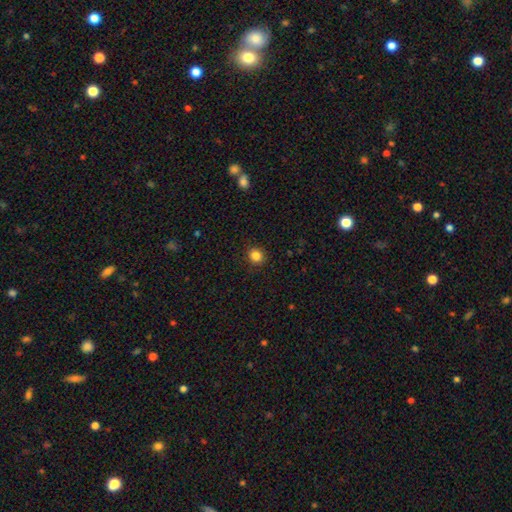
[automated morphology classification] Smooth or featured? Predicted: smooth (p=0.84). How rounded? Predicted: round (p=0.83). Merging? Predicted: none (p=0.90).